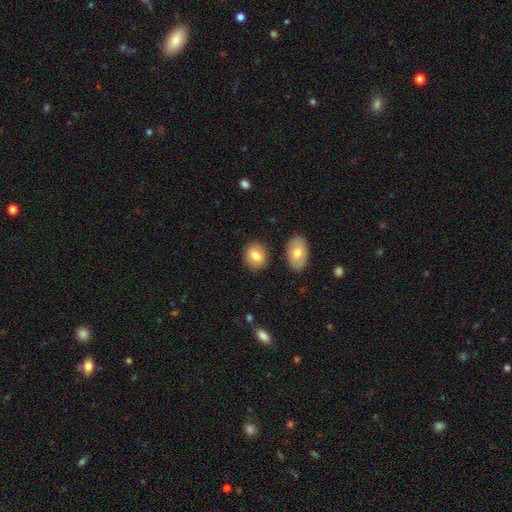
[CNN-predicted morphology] smooth-or-featured: smooth: 77% | featured or disk: 15% | star or artifact: 8%
  how-rounded: round: 55% | in between: 43% | cigar-shaped: 1%
  merging: none: 83% | minor disturbance: 9% | merger: 6% | major disturbance: 2%